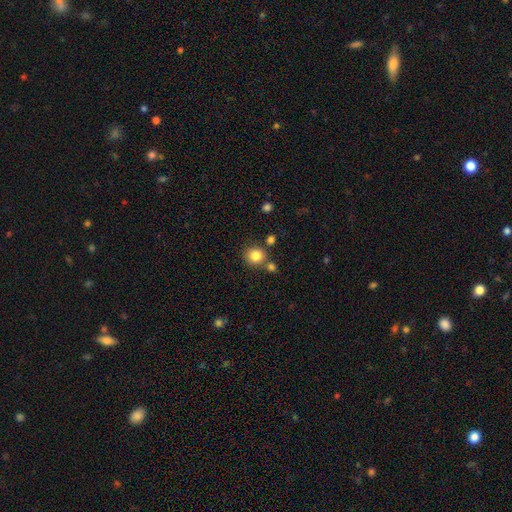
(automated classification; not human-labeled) Smooth or featured: smooth — 83% (star or artifact — 11%)
How rounded: round — 90% (in between — 9%)
Merging: none — 75% (merger — 13%)